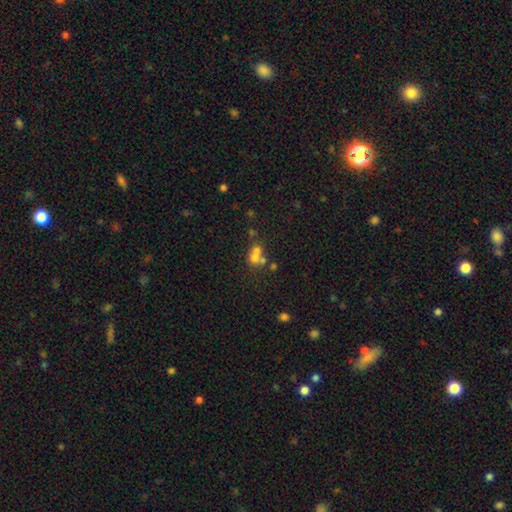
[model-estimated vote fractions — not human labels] smooth 60%, featured or disk 22%, star or artifact 18%. Down the decision tree: how rounded — round (74%); merging — merger (58%).